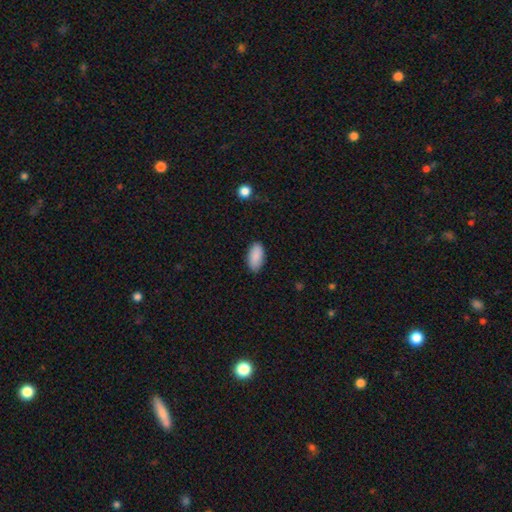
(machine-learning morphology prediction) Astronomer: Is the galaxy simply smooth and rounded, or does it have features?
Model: smooth — 88%.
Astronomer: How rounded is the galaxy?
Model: in between — 94%.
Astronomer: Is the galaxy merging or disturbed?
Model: none — 85%.